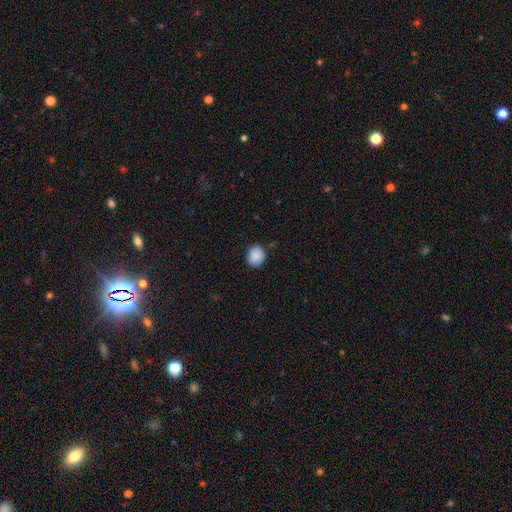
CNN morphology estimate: Smooth or featured? smooth (89%)
How rounded? round (73%)
Merging? none (85%)